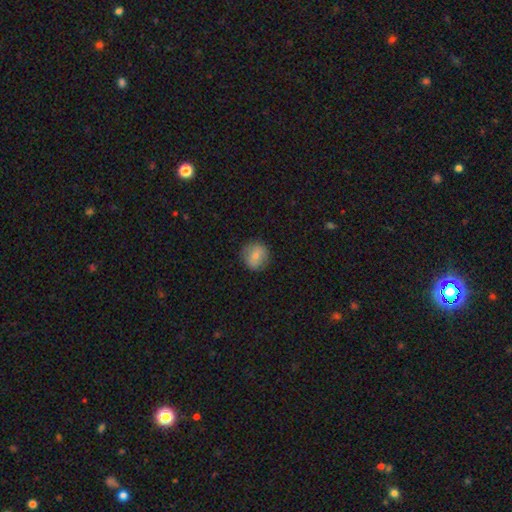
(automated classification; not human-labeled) Smooth or featured? Predicted: smooth (p=0.72). How rounded? Predicted: round (p=0.89). Merging? Predicted: none (p=0.86).